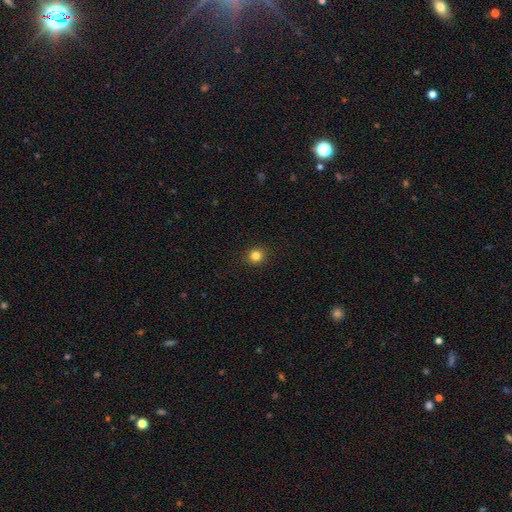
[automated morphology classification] smooth-or-featured: smooth: 82% | star or artifact: 13% | featured or disk: 5%
  how-rounded: round: 88% | in between: 11% | cigar-shaped: 1%
  merging: none: 91% | minor disturbance: 6% | major disturbance: 2% | merger: 1%